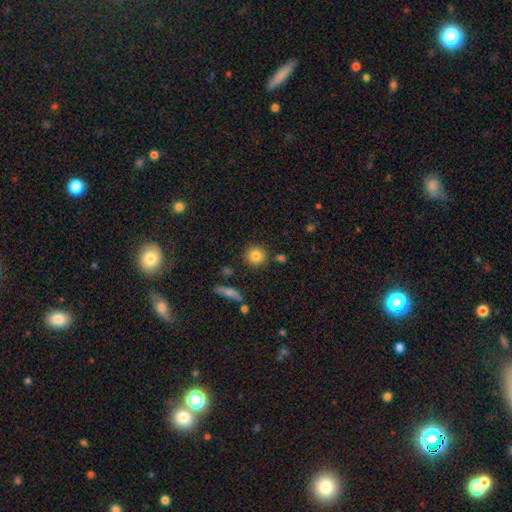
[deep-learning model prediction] Smooth or featured: smooth — 83% (star or artifact — 9%)
How rounded: round — 92% (in between — 7%)
Merging: none — 85% (minor disturbance — 8%)